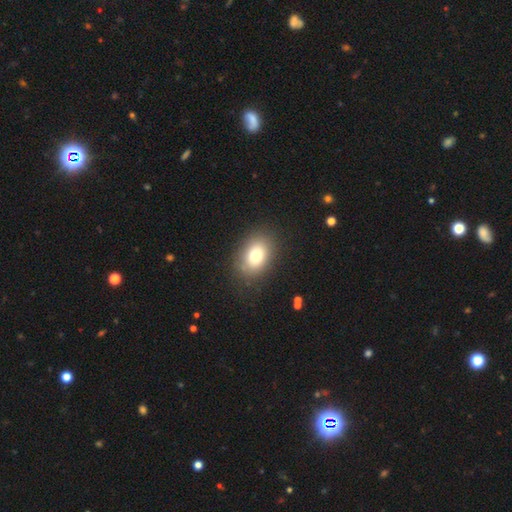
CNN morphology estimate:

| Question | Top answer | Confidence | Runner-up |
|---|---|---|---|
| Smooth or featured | smooth | 77% | featured or disk (13%) |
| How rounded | in between | 76% | round (23%) |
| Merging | none | 84% | minor disturbance (11%) |